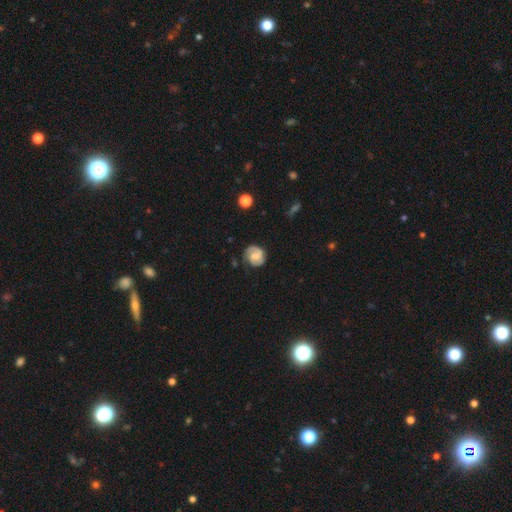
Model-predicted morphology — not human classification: type=featured or disk (69%); edge-on=no (98%); bar=no (47%); spiral arms=yes (93%); winding=tight (52%); arm count=2 (73%); bulge=moderate (39%); merging=none (74%).